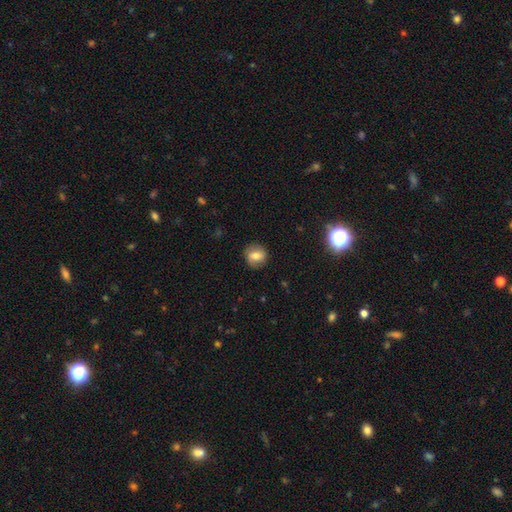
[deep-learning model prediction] smooth_or_featured: smooth (p=0.63) [alt: featured or disk p=0.27]
how_rounded: round (p=0.79) [alt: in between p=0.20]
merging: none (p=0.84) [alt: minor disturbance p=0.12]